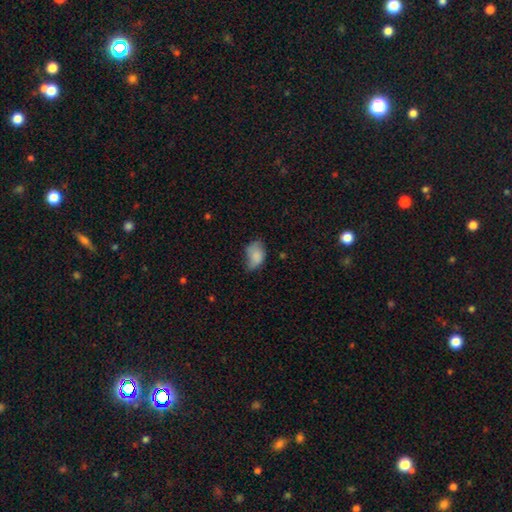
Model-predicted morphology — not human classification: Smooth or featured: smooth — 78% (featured or disk — 13%)
How rounded: in between — 84% (round — 15%)
Merging: minor disturbance — 43% (none — 37%)